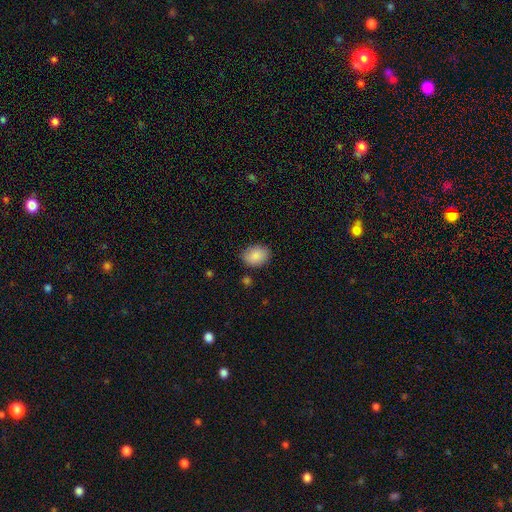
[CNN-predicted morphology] A smooth galaxy with no disk features (87%) that is in between round and cigar-shaped (71%). Merging: none (82%).